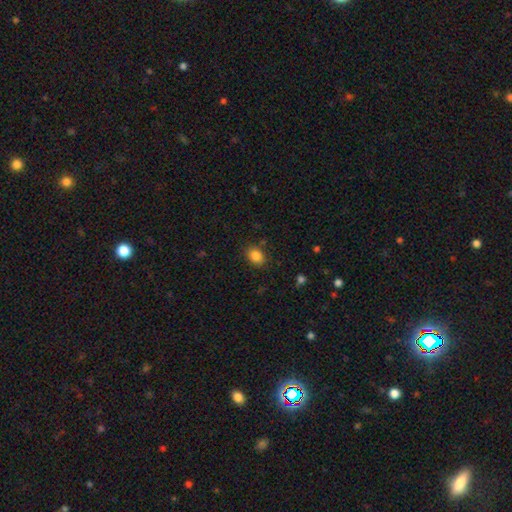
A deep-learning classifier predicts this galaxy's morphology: Q: Smooth or featured?
A: smooth (85%); runner-up: star or artifact (10%)
Q: How rounded?
A: in between (64%); runner-up: round (35%)
Q: Merging?
A: none (84%); runner-up: minor disturbance (11%)